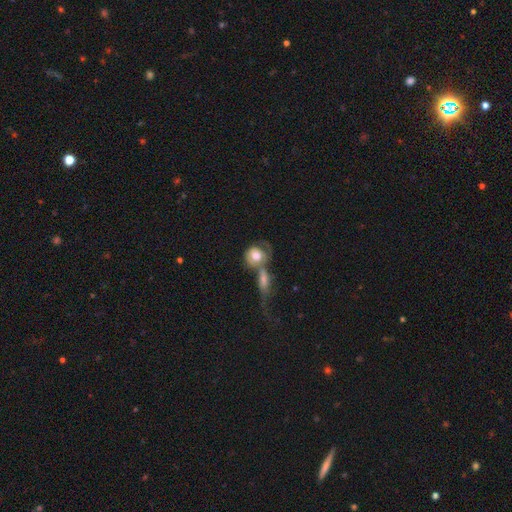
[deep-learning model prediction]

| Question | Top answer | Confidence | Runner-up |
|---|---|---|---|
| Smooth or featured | smooth | 55% | featured or disk (38%) |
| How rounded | round | 64% | in between (33%) |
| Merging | merger | 58% | none (20%) |